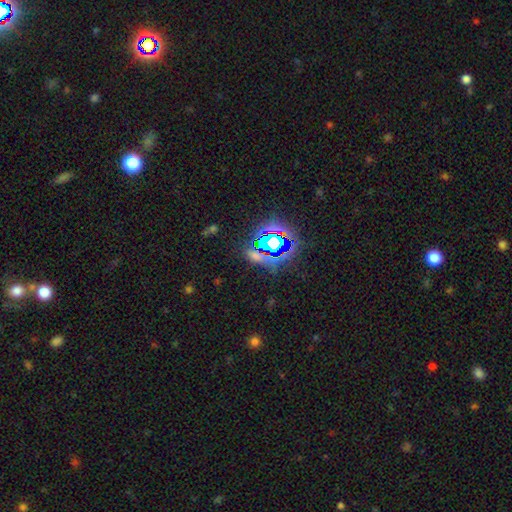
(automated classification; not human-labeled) Smooth or featured: star or artifact — 69% (smooth — 22%)